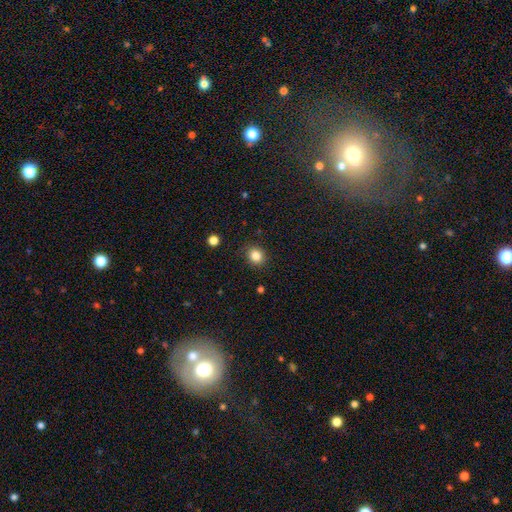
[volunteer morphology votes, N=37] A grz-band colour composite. It shows a smooth galaxy with no disk features (89%) that is round (82%). Merging: none (94%).